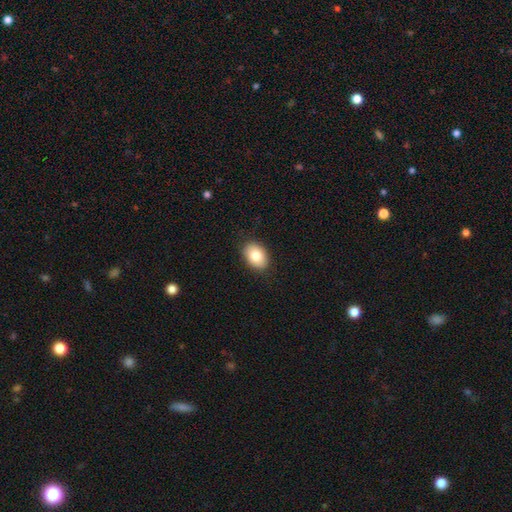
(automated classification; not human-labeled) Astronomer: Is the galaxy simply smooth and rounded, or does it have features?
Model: smooth — 84%.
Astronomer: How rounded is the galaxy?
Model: in between — 83%.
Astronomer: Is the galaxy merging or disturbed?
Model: none — 87%.